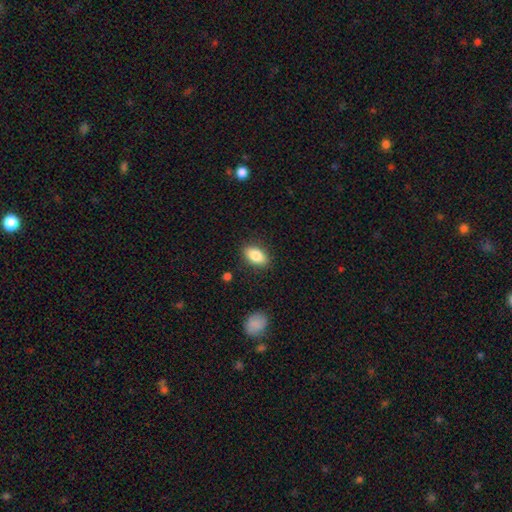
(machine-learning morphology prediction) Overall: smooth (84%). How rounded: in between (89%). Merging: none (86%).